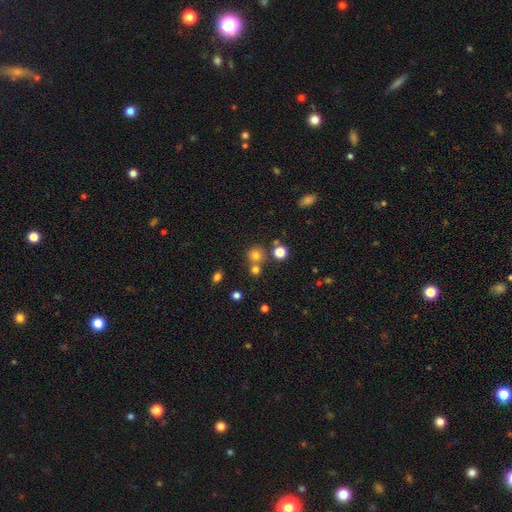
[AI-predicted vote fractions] Smooth or featured?
  - smooth: 73% *
  - star or artifact: 18%
  - featured or disk: 9%
How rounded?
  - round: 88% *
  - in between: 11%
  - cigar-shaped: 1%
Merging?
  - none: 63% *
  - merger: 26%
  - minor disturbance: 8%
  - major disturbance: 3%